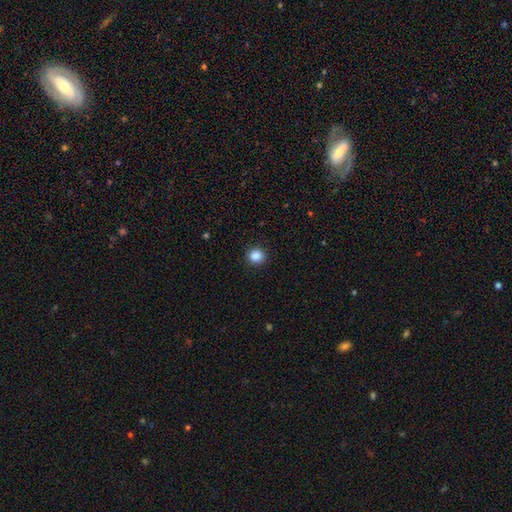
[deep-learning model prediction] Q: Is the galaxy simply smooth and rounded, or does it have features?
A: smooth — 87%.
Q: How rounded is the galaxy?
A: round — 87%.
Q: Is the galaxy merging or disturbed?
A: none — 90%.